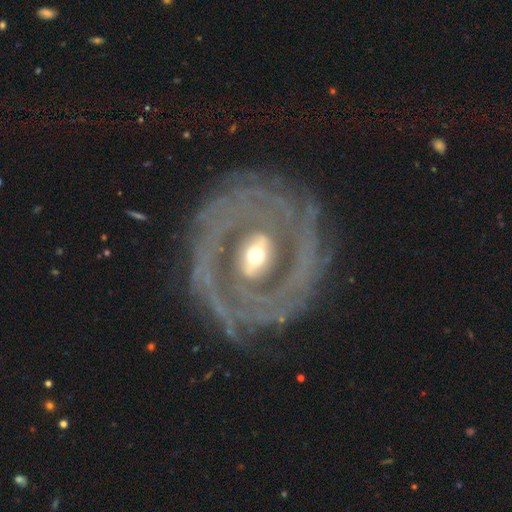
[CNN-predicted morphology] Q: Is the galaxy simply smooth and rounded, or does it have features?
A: featured or disk — 89%.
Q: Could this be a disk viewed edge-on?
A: no — 94%.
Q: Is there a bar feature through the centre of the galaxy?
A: strong — 51%.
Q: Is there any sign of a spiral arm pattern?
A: yes — 90%.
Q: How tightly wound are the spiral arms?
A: tight — 63%.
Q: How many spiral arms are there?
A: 2 — 38%.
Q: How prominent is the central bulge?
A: moderate — 51%.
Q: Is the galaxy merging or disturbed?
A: none — 76%.